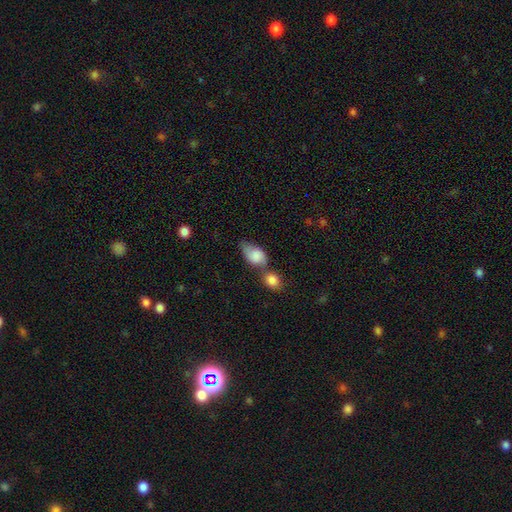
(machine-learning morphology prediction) Smooth or featured? Predicted: smooth (p=0.79). How rounded? Predicted: in between (p=0.83). Merging? Predicted: merger (p=0.47).